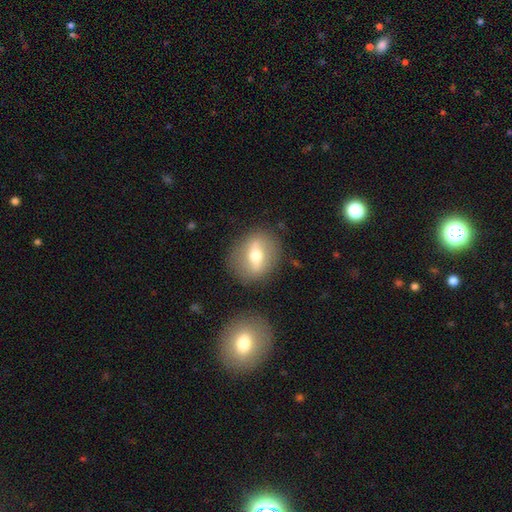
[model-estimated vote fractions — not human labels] This appears to be a featured or disk galaxy (52%). Merging: none (83%).